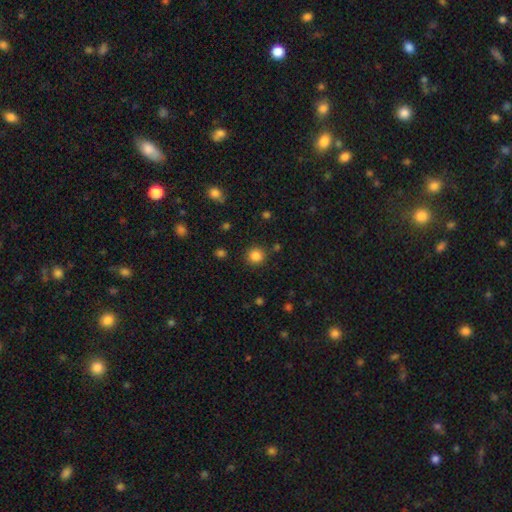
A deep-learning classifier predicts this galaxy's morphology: The model was most divided on "smooth or featured": smooth: 85%, star or artifact: 12%, featured or disk: 4%. More confident: how rounded — round (92%); merging — none (87%).